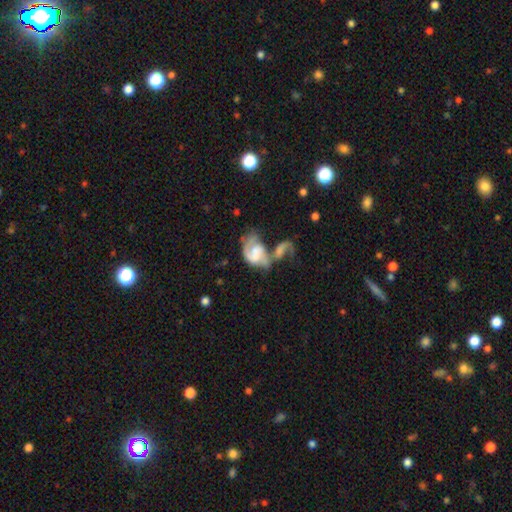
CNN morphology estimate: Smooth or featured: featured or disk — 66% (smooth — 26%)
Edge-on disk: no — 97% (yes — 3%)
Bar: no — 51% (weak — 35%)
Spiral arms: yes — 83% (no — 17%)
Spiral winding: medium — 41% (loose — 34%)
Spiral arm count: 2 — 62% (1 — 21%)
Bulge size: none — 32% (moderate — 26%)
Merging: merger — 63% (major disturbance — 17%)